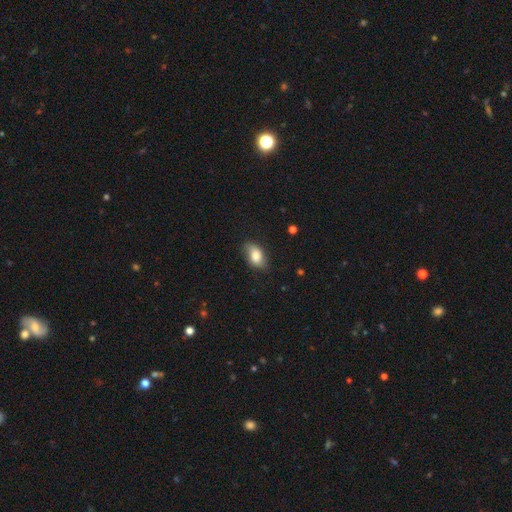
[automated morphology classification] Q: Smooth or featured?
A: smooth (78%); runner-up: featured or disk (14%)
Q: How rounded?
A: in between (89%); runner-up: round (9%)
Q: Merging?
A: none (73%); runner-up: minor disturbance (21%)